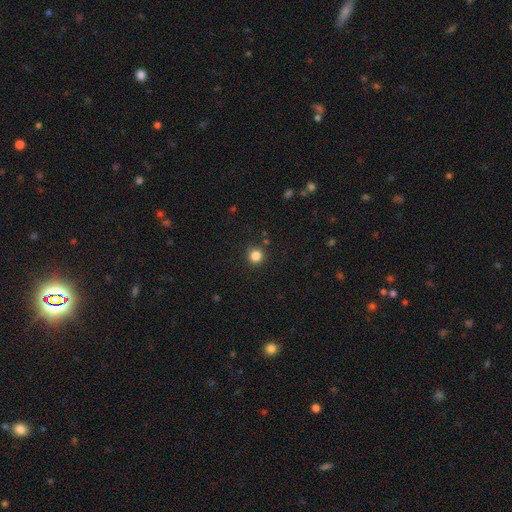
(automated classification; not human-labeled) smooth_or_featured: smooth (p=0.84) [alt: star or artifact p=0.12]
how_rounded: round (p=0.93) [alt: in between p=0.06]
merging: none (p=0.89) [alt: minor disturbance p=0.07]